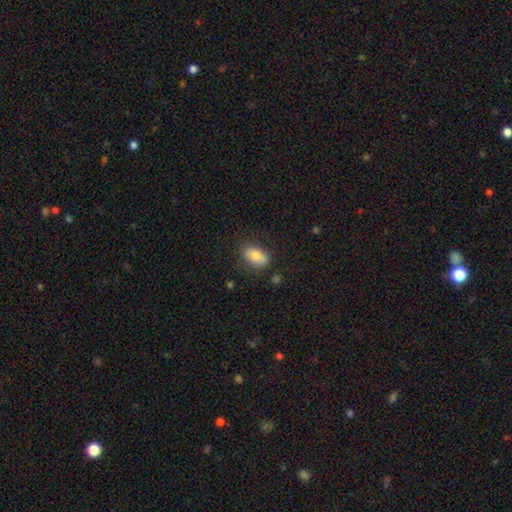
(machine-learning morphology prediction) Smooth or featured?
  - smooth: 73% *
  - featured or disk: 20%
  - star or artifact: 8%
How rounded?
  - in between: 87% *
  - round: 9%
  - cigar-shaped: 4%
Merging?
  - none: 73% *
  - minor disturbance: 19%
  - major disturbance: 5%
  - merger: 3%